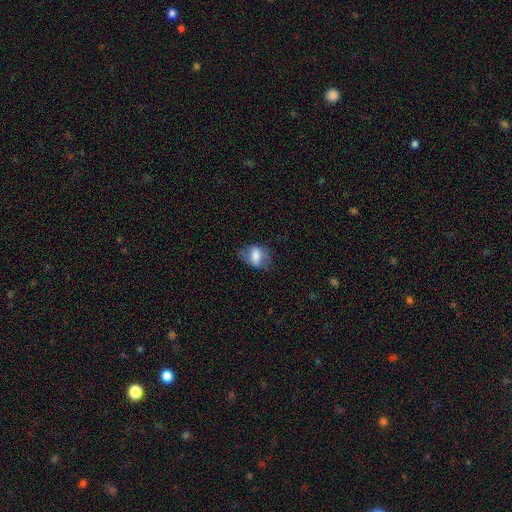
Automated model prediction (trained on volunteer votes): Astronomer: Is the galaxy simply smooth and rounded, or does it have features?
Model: smooth — 64%.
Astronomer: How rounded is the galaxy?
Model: in between — 78%.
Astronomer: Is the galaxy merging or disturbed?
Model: none — 56%.